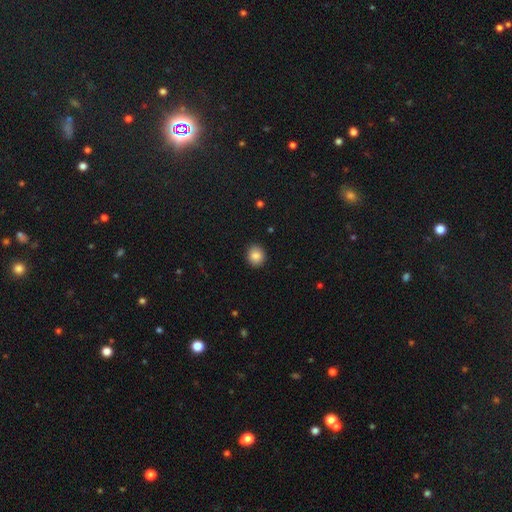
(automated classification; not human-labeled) Smooth or featured? smooth (86%)
How rounded? round (78%)
Merging? none (90%)